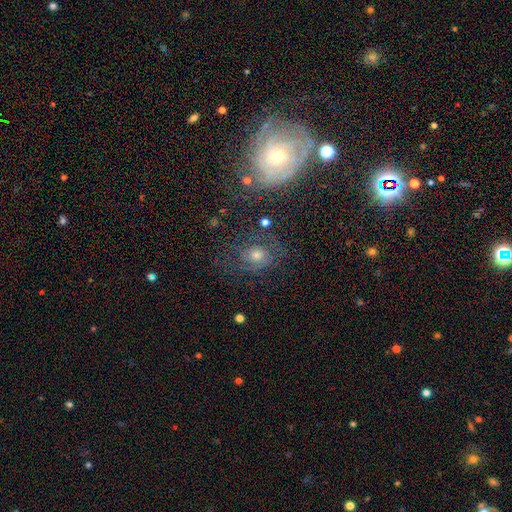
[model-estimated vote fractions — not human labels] Q: Smooth or featured?
A: featured or disk (53%); runner-up: smooth (29%)
Q: Edge-on disk?
A: no (95%); runner-up: yes (5%)
Q: Bar?
A: no (69%); runner-up: weak (25%)
Q: Spiral arms?
A: yes (80%); runner-up: no (20%)
Q: Bulge size?
A: moderate (56%); runner-up: small (34%)
Q: Merging?
A: none (67%); runner-up: minor disturbance (17%)